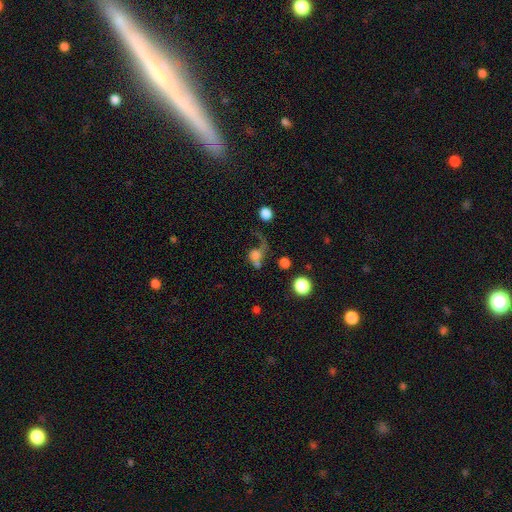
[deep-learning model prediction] This appears to be a smooth galaxy with no disk features (55%) that is round (63%). Merging: major disturbance (43%).